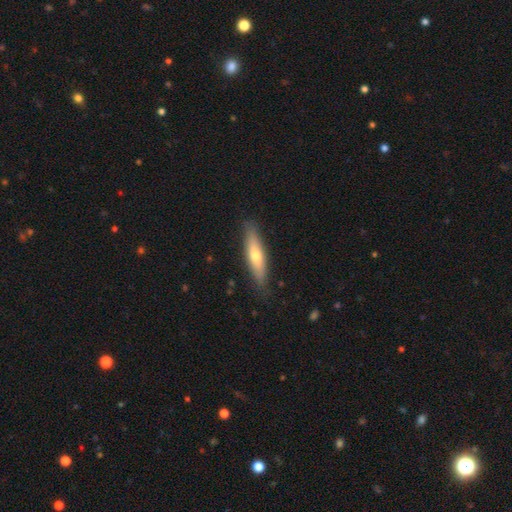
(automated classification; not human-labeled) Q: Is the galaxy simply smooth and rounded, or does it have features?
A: smooth — 56%.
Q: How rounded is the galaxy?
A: cigar-shaped — 77%.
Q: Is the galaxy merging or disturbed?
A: none — 86%.